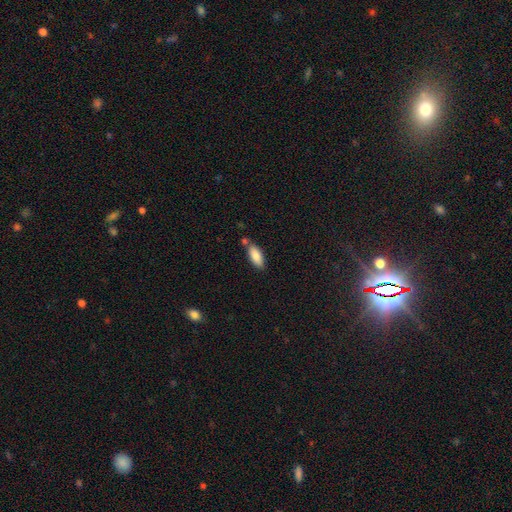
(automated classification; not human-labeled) Smooth or featured: smooth — 85% (featured or disk — 8%)
How rounded: in between — 80% (cigar-shaped — 18%)
Merging: none — 68% (minor disturbance — 16%)